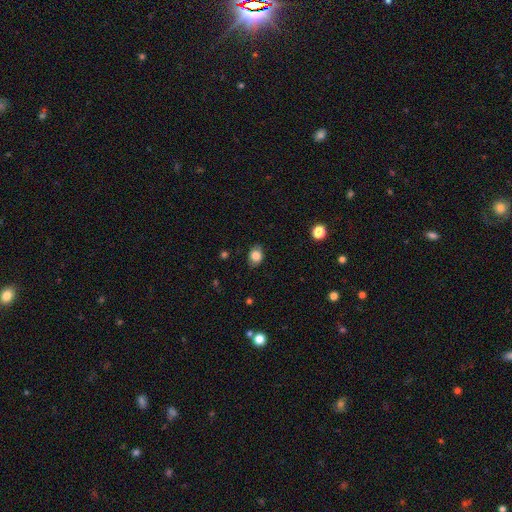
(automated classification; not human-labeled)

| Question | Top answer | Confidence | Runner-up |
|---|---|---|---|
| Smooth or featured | smooth | 83% | star or artifact (9%) |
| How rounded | in between | 60% | round (39%) |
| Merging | none | 82% | minor disturbance (14%) |